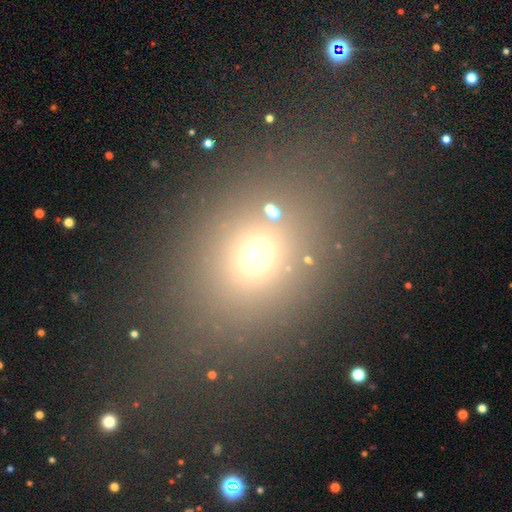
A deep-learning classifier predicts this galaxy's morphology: Overall: smooth (63%; star or artifact 25%). How rounded: in between (54%; round 44%). Merging: none (71%).